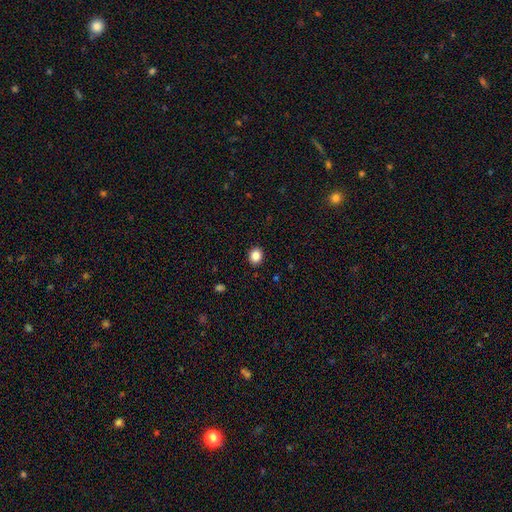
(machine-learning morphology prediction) A smooth galaxy with no disk features (87%) that is round (64%).

Vote fractions:
- Smooth or featured? smooth: 87% / star or artifact: 10% / featured or disk: 3%
- How rounded? round: 64% / in between: 36% / cigar-shaped: 1%
- Merging? none: 91% / minor disturbance: 6% / major disturbance: 2% / merger: 1%